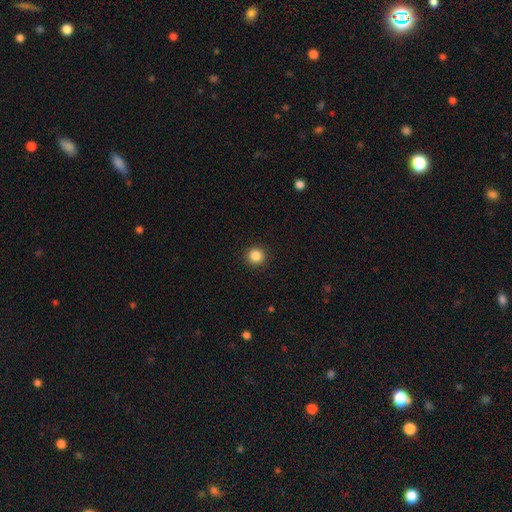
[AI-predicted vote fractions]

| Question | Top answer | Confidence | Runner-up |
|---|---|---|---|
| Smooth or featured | smooth | 86% | star or artifact (11%) |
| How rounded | round | 95% | in between (4%) |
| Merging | none | 93% | minor disturbance (4%) |